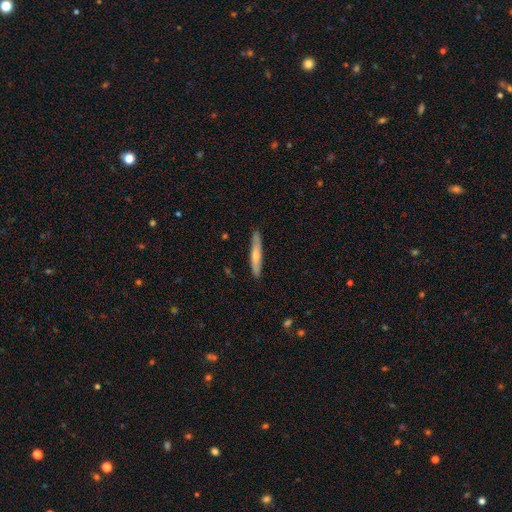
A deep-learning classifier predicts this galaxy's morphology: Q: Smooth or featured?
A: featured or disk (55%); runner-up: smooth (36%)
Q: Edge-on disk?
A: yes (92%); runner-up: no (8%)
Q: Edge-on bulge?
A: rounded (80%); runner-up: none (15%)
Q: Merging?
A: none (88%); runner-up: minor disturbance (9%)